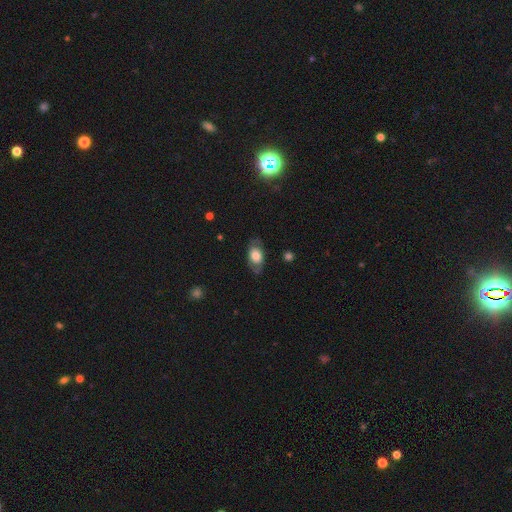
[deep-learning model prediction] A smooth galaxy with no disk features (58%) that is in between round and cigar-shaped (86%).

Vote fractions:
- Smooth or featured? smooth: 58% / featured or disk: 35% / star or artifact: 7%
- How rounded? in between: 86% / round: 11% / cigar-shaped: 3%
- Merging? none: 75% / minor disturbance: 18% / major disturbance: 7% / merger: 1%